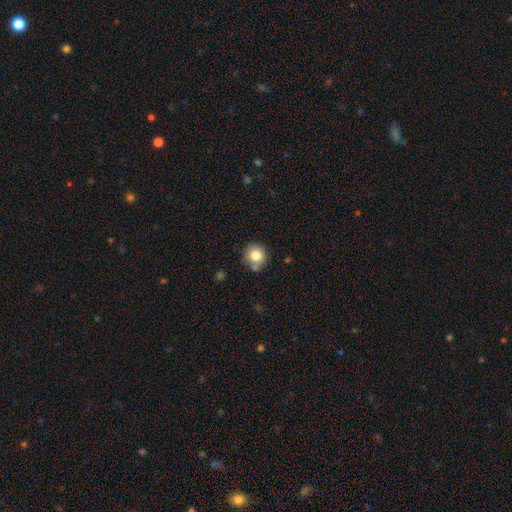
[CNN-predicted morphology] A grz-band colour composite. It shows a smooth galaxy with no disk features (81%) that is round (88%). Merging: none (74%).